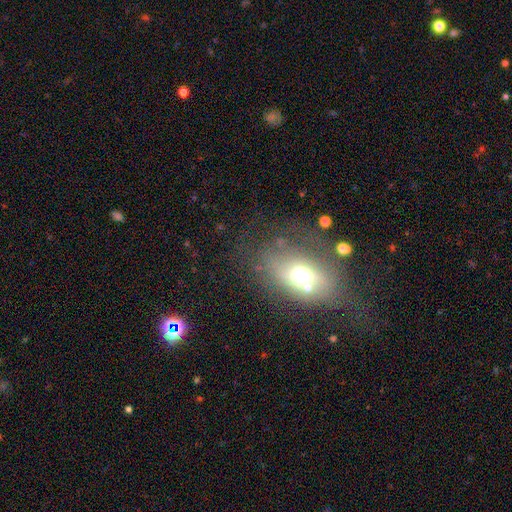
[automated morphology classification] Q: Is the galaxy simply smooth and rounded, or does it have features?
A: smooth — 46%.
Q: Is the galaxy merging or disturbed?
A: none — 46%.